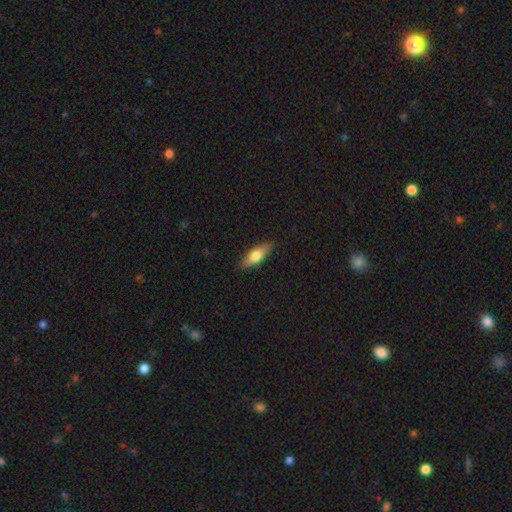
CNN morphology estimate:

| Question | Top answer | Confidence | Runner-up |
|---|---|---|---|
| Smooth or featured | smooth | 66% | featured or disk (28%) |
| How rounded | in between | 63% | cigar-shaped (34%) |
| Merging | none | 87% | minor disturbance (10%) |